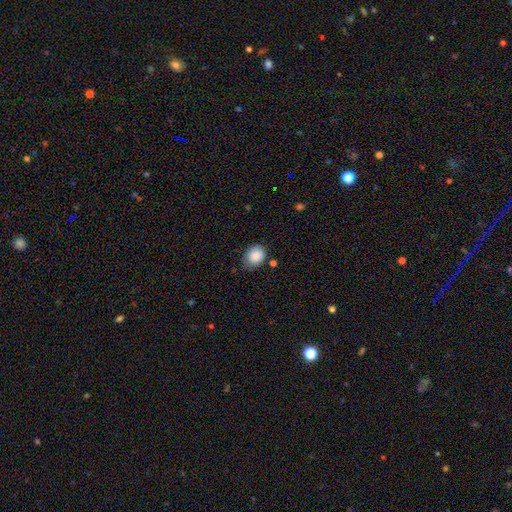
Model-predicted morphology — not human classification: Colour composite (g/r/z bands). It shows a smooth galaxy with no disk features (87%) that is in between round and cigar-shaped (52%). Merging: none (68%).